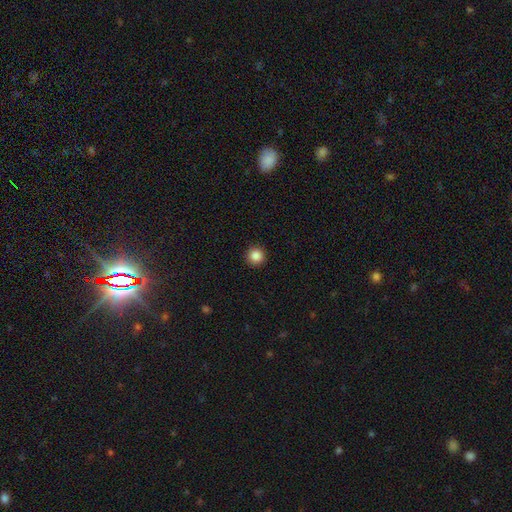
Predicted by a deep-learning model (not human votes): smooth_or_featured: smooth (p=0.87) [alt: star or artifact p=0.10]
how_rounded: round (p=0.96) [alt: in between p=0.03]
merging: none (p=0.93) [alt: minor disturbance p=0.04]